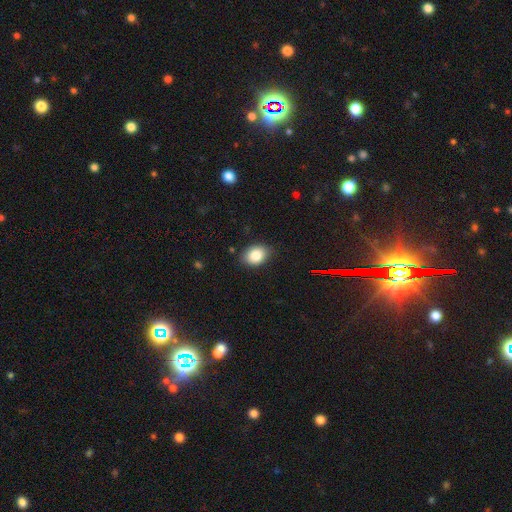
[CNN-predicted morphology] The model was most divided on "how rounded": in between: 66%, round: 33%, cigar-shaped: 1%. More confident: smooth or featured — smooth (83%); merging — none (81%).